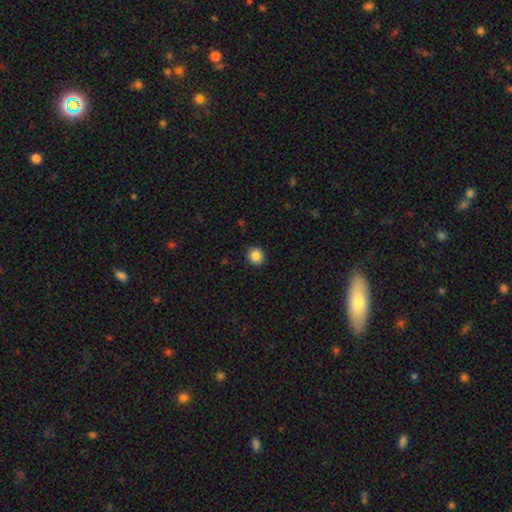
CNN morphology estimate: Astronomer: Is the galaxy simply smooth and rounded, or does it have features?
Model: smooth — 86%.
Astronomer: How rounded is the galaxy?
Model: round — 90%.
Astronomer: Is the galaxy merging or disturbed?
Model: none — 92%.